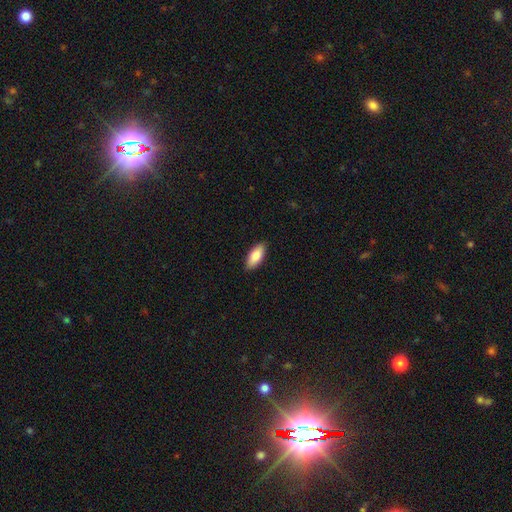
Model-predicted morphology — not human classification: smooth 83%, featured or disk 11%, star or artifact 6%. Down the decision tree: how rounded — in between (85%); merging — none (89%).